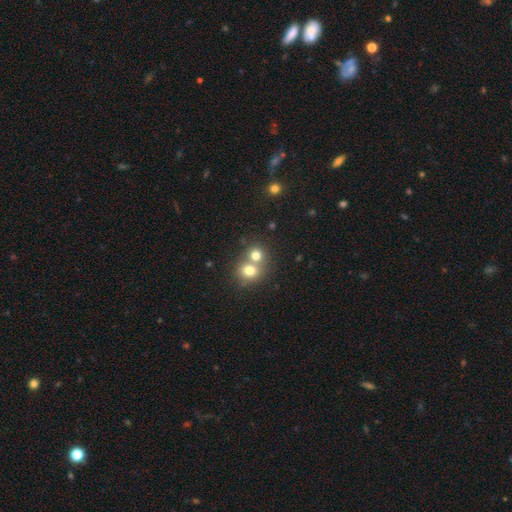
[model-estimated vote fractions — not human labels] Smooth or featured? Predicted: smooth (p=0.75). How rounded? Predicted: round (p=0.80). Merging? Predicted: merger (p=0.56).